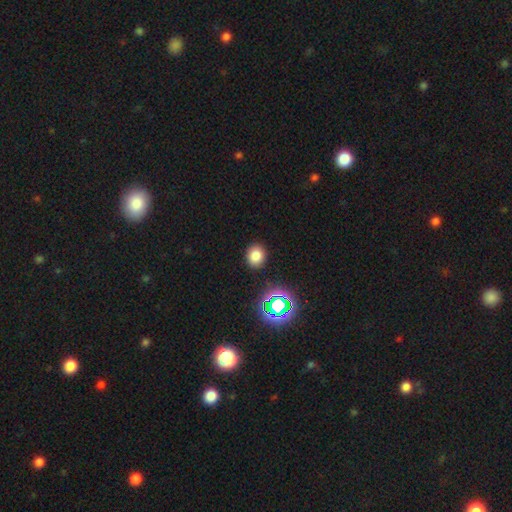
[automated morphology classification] Smooth or featured: smooth — 77% (star or artifact — 16%)
How rounded: round — 68% (in between — 31%)
Merging: none — 89% (minor disturbance — 7%)